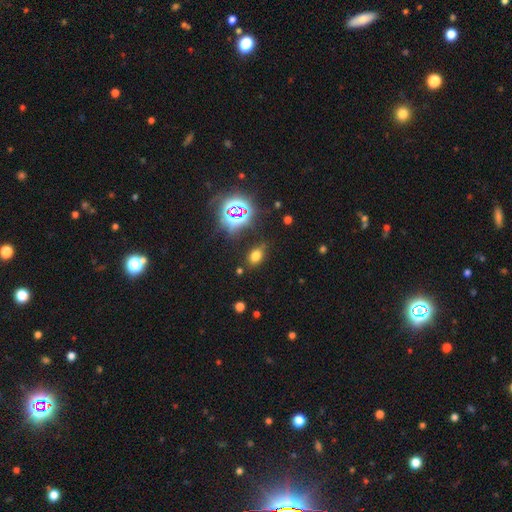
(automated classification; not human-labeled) This appears to be a smooth galaxy with no disk features (63%) that is in between round and cigar-shaped (77%). Merging: none (76%).